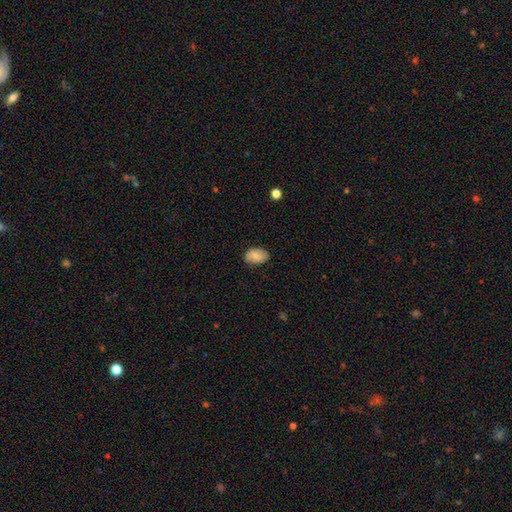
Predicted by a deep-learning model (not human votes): A smooth galaxy with no disk features (74%) that is in between round and cigar-shaped (88%).

Vote fractions:
- Smooth or featured? smooth: 74% / featured or disk: 19% / star or artifact: 7%
- How rounded? in between: 88% / round: 11% / cigar-shaped: 1%
- Merging? none: 80% / minor disturbance: 16% / major disturbance: 3% / merger: 1%